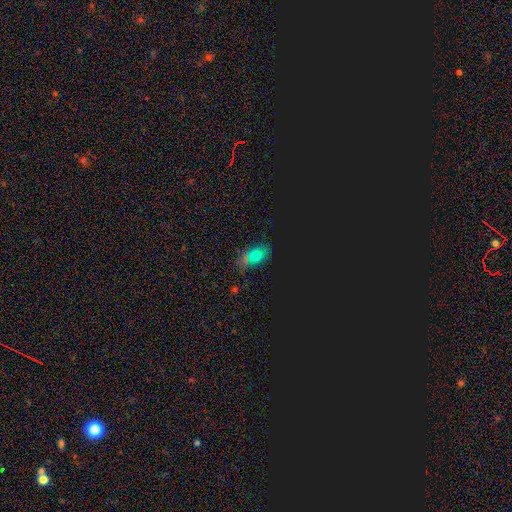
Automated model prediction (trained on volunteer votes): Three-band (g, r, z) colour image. It shows a smooth galaxy with no disk features (54%) that is in between round and cigar-shaped (78%). Merging: none (71%).